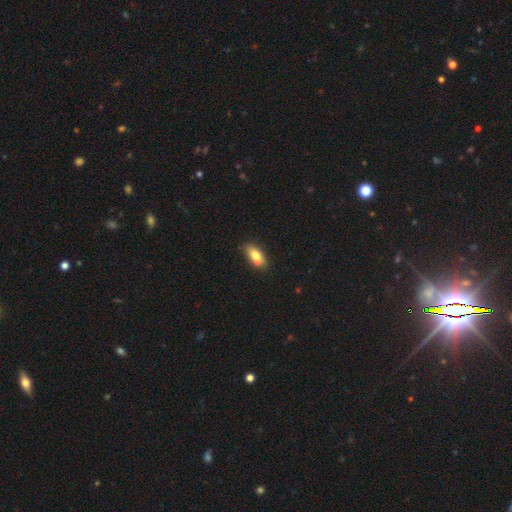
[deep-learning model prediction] The model was most divided on "merging": none: 76%, minor disturbance: 19%, major disturbance: 3%, merger: 3%. More confident: how rounded — in between (84%); smooth or featured — smooth (79%).